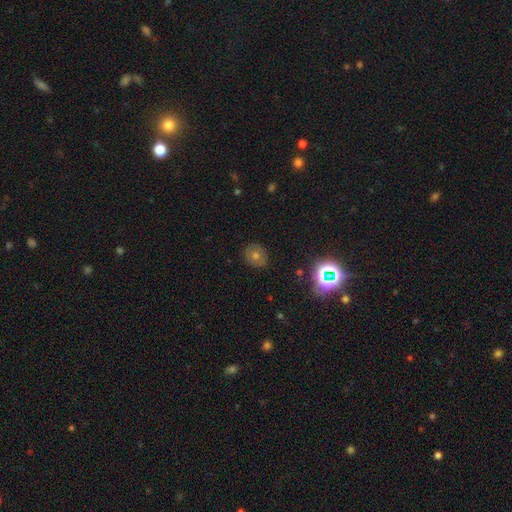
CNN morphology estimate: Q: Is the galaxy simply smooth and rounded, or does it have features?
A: smooth — 50%.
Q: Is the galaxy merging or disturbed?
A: none — 86%.